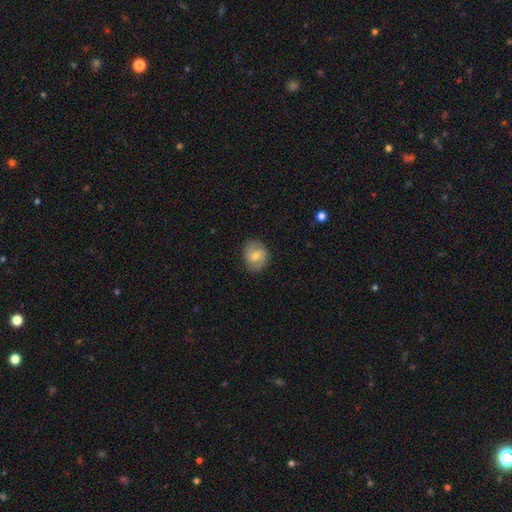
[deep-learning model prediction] smooth 51%, featured or disk 41%, star or artifact 7%. Down the decision tree: how rounded — round (58%); merging — none (82%).